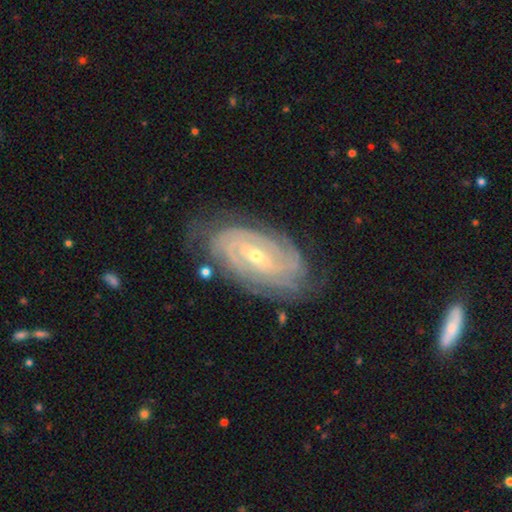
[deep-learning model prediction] Q: Smooth or featured?
A: featured or disk (89%); runner-up: smooth (6%)
Q: Edge-on disk?
A: no (95%); runner-up: yes (5%)
Q: Bar?
A: weak (44%); runner-up: no (30%)
Q: Spiral arms?
A: yes (97%); runner-up: no (3%)
Q: Spiral winding?
A: tight (79%); runner-up: medium (18%)
Q: Spiral arm count?
A: can't tell (27%); runner-up: 2 (23%)
Q: Bulge size?
A: small (66%); runner-up: moderate (31%)
Q: Merging?
A: none (76%); runner-up: minor disturbance (18%)